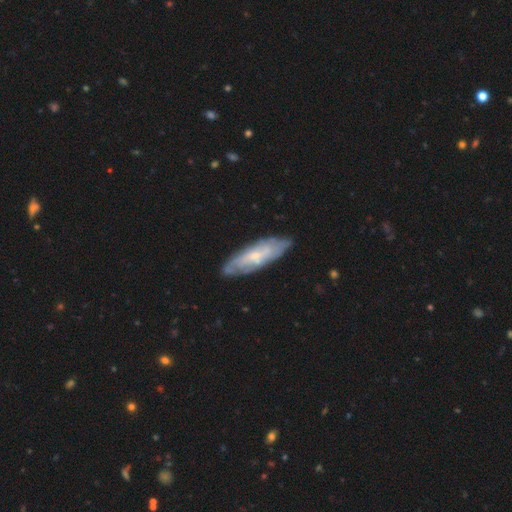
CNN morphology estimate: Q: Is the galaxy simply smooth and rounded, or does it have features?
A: featured or disk — 59%.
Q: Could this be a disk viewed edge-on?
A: no — 71%.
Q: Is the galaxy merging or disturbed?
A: none — 80%.